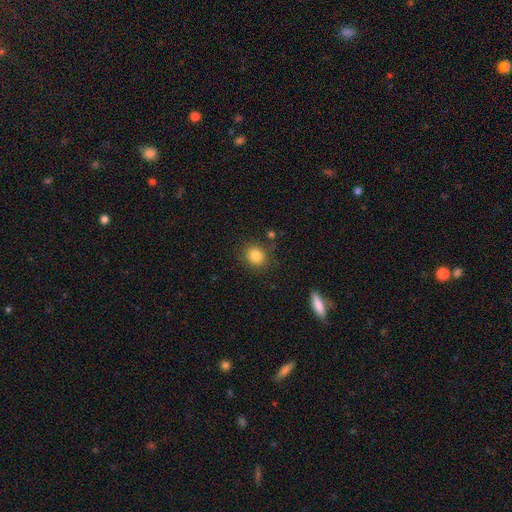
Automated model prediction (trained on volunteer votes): Smooth or featured? smooth (84%)
How rounded? round (81%)
Merging? none (84%)